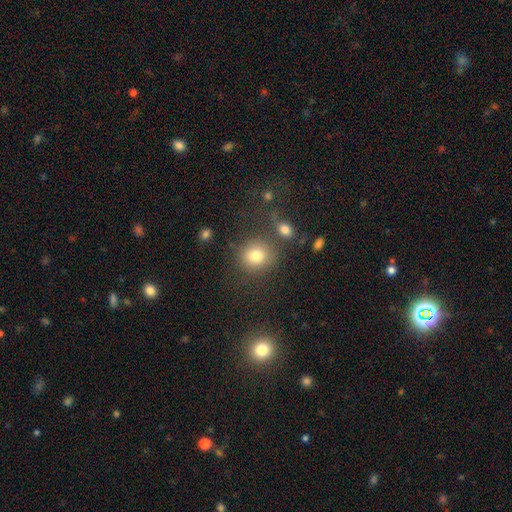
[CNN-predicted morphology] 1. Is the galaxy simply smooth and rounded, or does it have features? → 79% smooth, 12% star or artifact, 9% featured or disk.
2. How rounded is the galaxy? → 81% round, 18% in between, 1% cigar-shaped.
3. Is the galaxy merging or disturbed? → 75% none, 11% minor disturbance, 8% merger, 6% major disturbance.